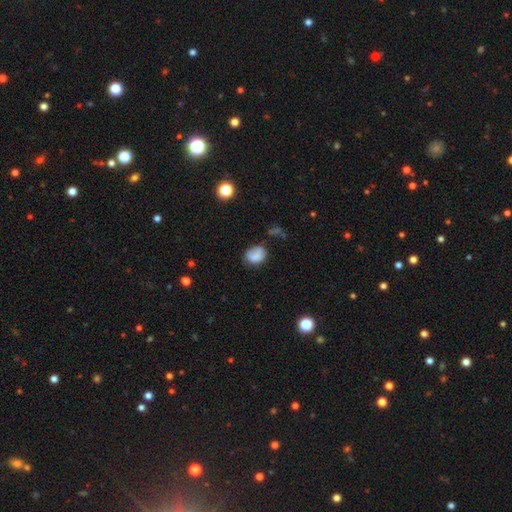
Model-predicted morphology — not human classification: type=smooth (80%); roundness=in between (53%); merging=none (60%).